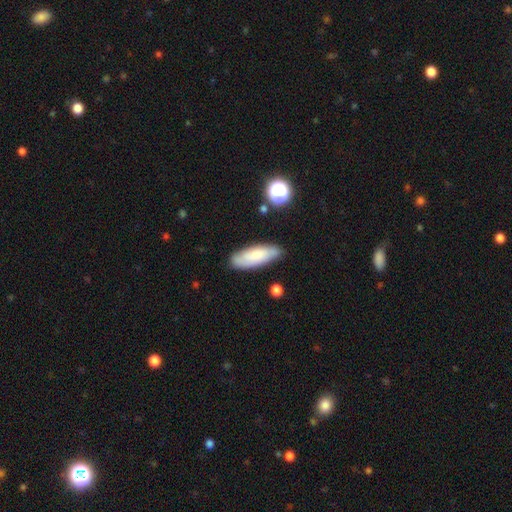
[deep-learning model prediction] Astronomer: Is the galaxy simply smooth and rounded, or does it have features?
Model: smooth — 68%.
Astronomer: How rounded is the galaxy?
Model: in between — 68%.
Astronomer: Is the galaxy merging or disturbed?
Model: none — 79%.